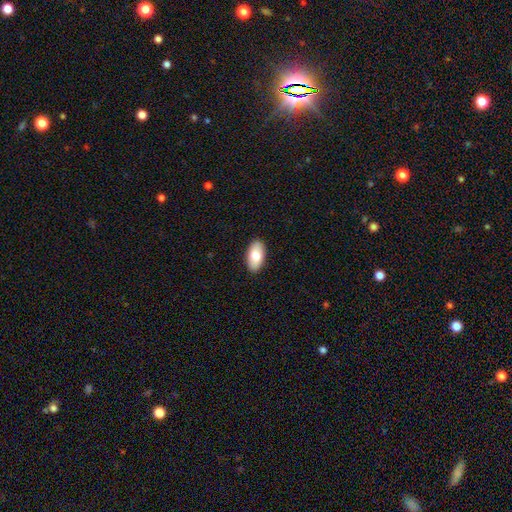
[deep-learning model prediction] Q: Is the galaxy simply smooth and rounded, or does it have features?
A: smooth — 78%.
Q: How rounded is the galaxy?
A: in between — 95%.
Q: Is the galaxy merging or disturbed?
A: none — 90%.